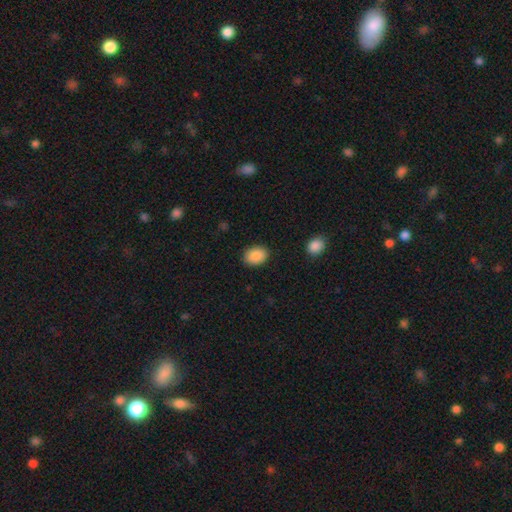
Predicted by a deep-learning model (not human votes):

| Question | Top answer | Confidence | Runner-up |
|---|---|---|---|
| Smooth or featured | smooth | 89% | star or artifact (7%) |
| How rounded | in between | 72% | round (27%) |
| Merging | none | 88% | minor disturbance (9%) |